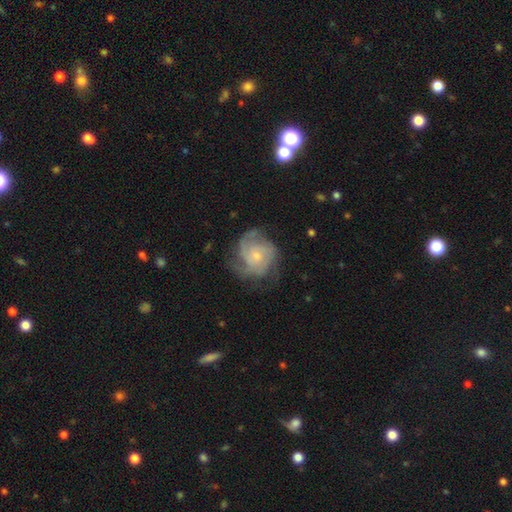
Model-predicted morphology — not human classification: Smooth or featured?
  - featured or disk: 76% *
  - smooth: 18%
  - star or artifact: 7%
Edge-on disk?
  - no: 98% *
  - yes: 2%
Bar?
  - no: 79% *
  - weak: 19%
  - strong: 3%
Spiral arms?
  - yes: 92% *
  - no: 8%
Spiral winding?
  - tight: 47% *
  - medium: 39%
  - loose: 14%
Spiral arm count?
  - 3: 33% *
  - can't tell: 27%
  - 2: 16%
  - 4: 13%
  - 1: 6%
  - more than 4: 5%
Bulge size?
  - small: 68% *
  - moderate: 26%
  - none: 4%
  - large: 2%
  - dominant: 1%
Merging?
  - none: 60% *
  - minor disturbance: 23%
  - major disturbance: 16%
  - merger: 1%